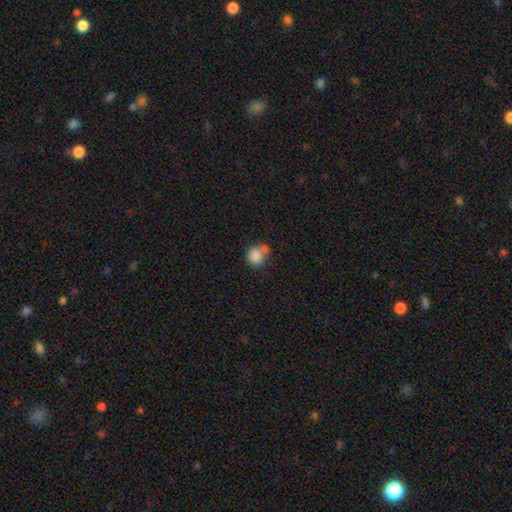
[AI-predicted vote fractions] A smooth galaxy with no disk features (84%) that is round (83%).

Vote fractions:
- Smooth or featured? smooth: 84% / star or artifact: 9% / featured or disk: 7%
- How rounded? round: 83% / in between: 16% / cigar-shaped: 1%
- Merging? none: 46% / merger: 31% / minor disturbance: 17% / major disturbance: 6%